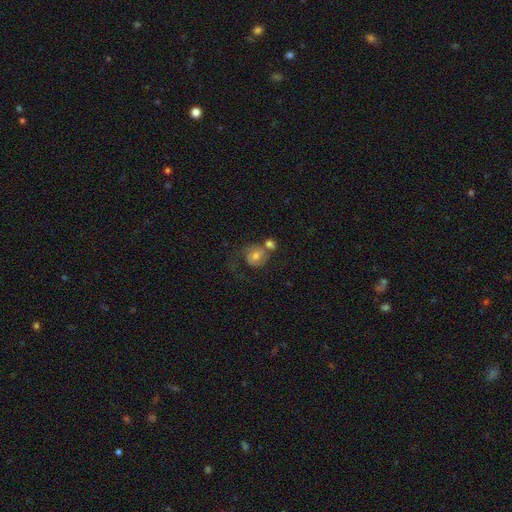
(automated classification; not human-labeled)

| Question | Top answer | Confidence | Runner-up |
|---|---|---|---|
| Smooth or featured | featured or disk | 54% | smooth (36%) |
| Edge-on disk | no | 97% | yes (3%) |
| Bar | no | 71% | weak (25%) |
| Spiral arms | yes | 80% | no (20%) |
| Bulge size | moderate | 63% | small (26%) |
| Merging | none | 39% | merger (27%) |